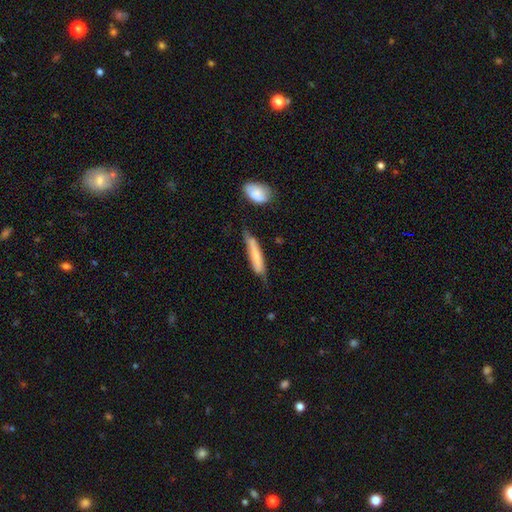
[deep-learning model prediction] The model was most divided on "merging": none: 48%, minor disturbance: 35%, major disturbance: 11%, merger: 5%. More confident: how rounded — cigar-shaped (87%); smooth or featured — smooth (68%).